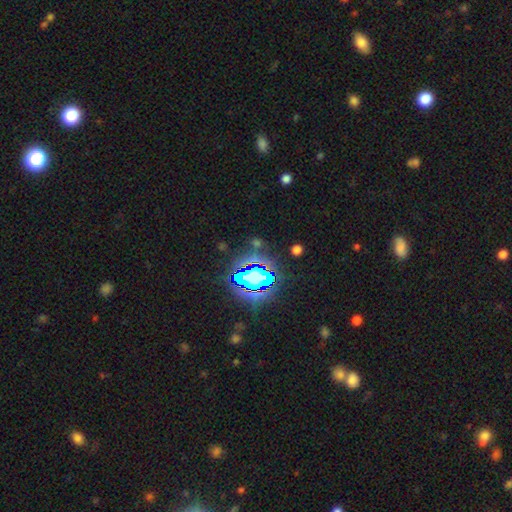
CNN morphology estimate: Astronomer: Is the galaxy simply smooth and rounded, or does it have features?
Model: star or artifact — 81%.